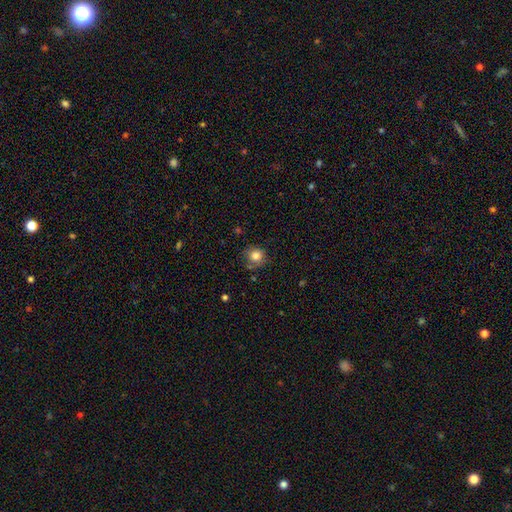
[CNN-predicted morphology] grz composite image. It shows a smooth galaxy with no disk features (82%) that is round (86%). Merging: none (74%).